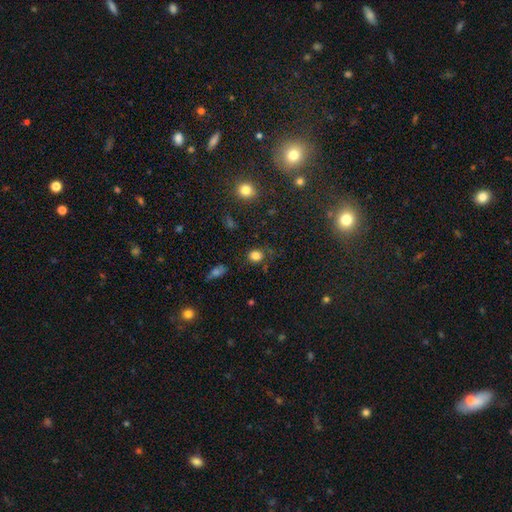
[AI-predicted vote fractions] A smooth galaxy with no disk features (80%) that is round (67%). Merging: none (74%).